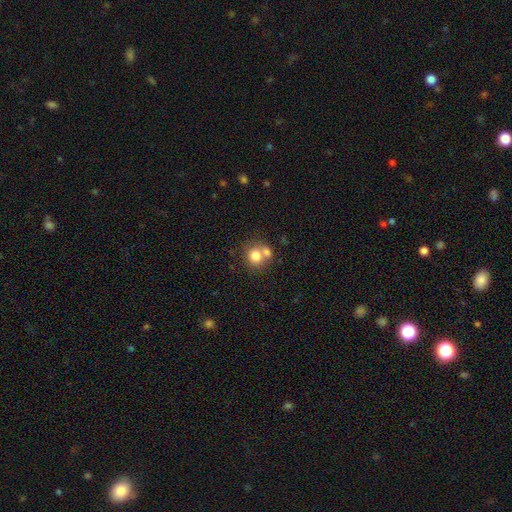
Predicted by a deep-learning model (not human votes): Q: Smooth or featured?
A: smooth (78%); runner-up: featured or disk (12%)
Q: How rounded?
A: round (75%); runner-up: in between (24%)
Q: Merging?
A: none (44%); tied with: merger (44%)